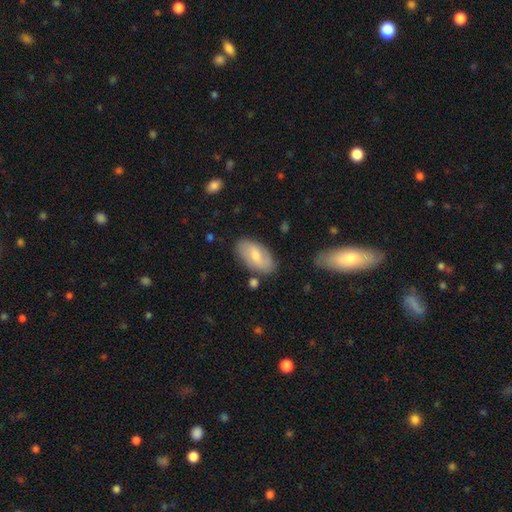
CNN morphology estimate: Smooth or featured?
  - smooth: 52% *
  - featured or disk: 42%
  - star or artifact: 6%
How rounded?
  - in between: 93% *
  - round: 4%
  - cigar-shaped: 3%
Merging?
  - none: 78% *
  - minor disturbance: 15%
  - major disturbance: 4%
  - merger: 3%